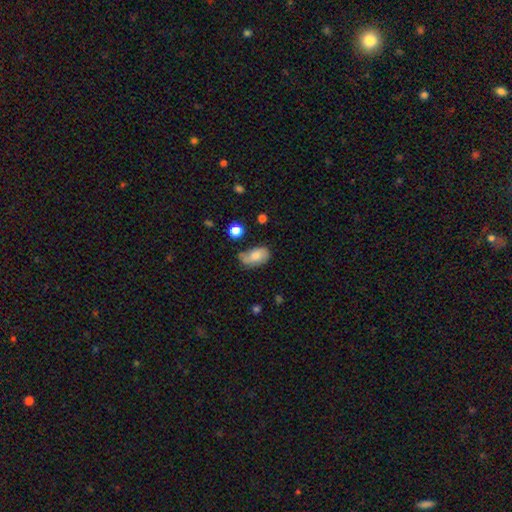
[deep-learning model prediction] smooth-or-featured: smooth: 61% | featured or disk: 31% | star or artifact: 9%
  how-rounded: in between: 90% | round: 8% | cigar-shaped: 2%
  merging: none: 44% | minor disturbance: 34% | major disturbance: 15% | merger: 7%